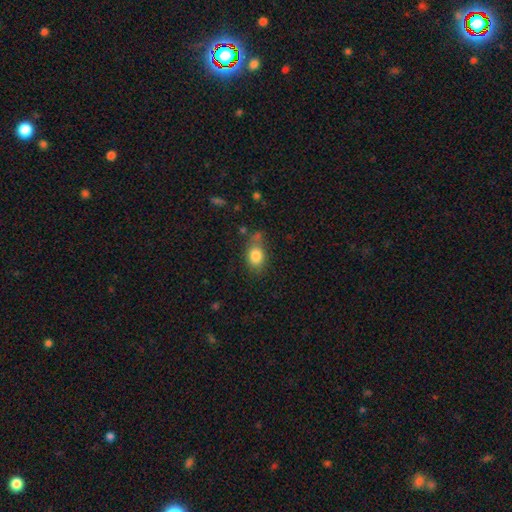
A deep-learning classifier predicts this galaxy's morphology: Q: Smooth or featured?
A: smooth (83%); runner-up: featured or disk (9%)
Q: How rounded?
A: in between (72%); runner-up: round (26%)
Q: Merging?
A: none (59%); runner-up: minor disturbance (23%)